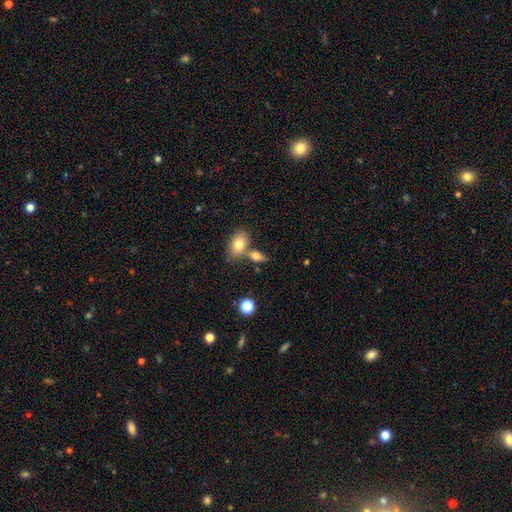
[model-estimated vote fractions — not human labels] smooth_or_featured: smooth (p=0.75) [alt: featured or disk p=0.15]
how_rounded: in between (p=0.80) [alt: round p=0.12]
merging: none (p=0.51) [alt: merger p=0.34]